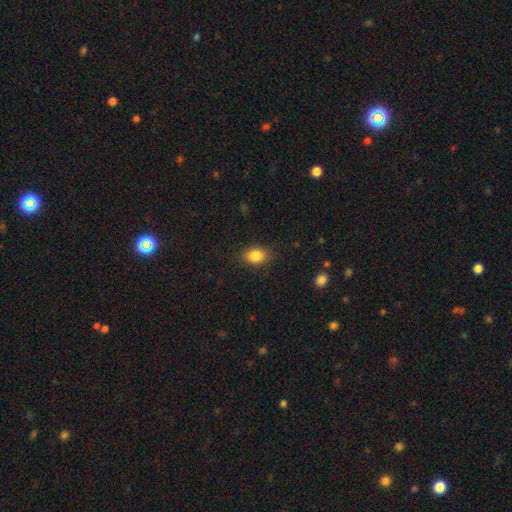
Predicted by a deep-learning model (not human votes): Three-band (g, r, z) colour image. It shows a smooth galaxy with no disk features (85%) that is in between round and cigar-shaped (75%). Merging: none (85%).